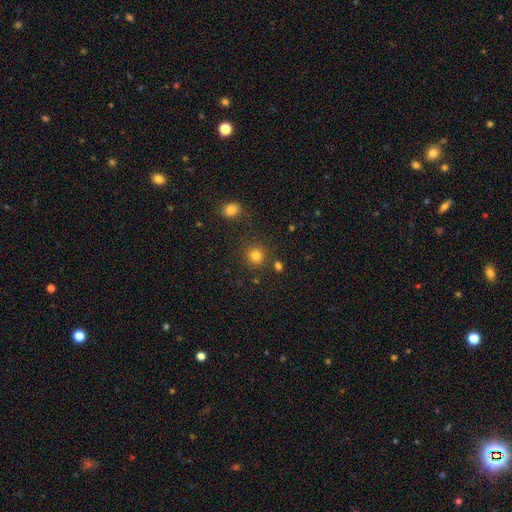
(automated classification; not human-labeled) This is clearly a smooth galaxy (81%). How rounded: clearly round (92%). Merging: clearly none (84%).